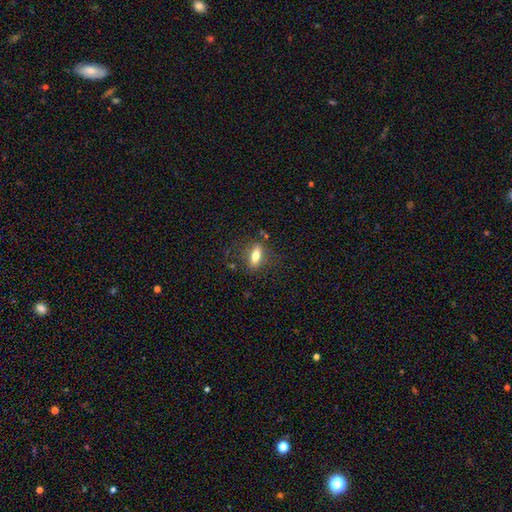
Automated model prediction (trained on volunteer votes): This is likely a smooth galaxy (63%). How rounded: likely in between (61%). Merging: likely none (79%).